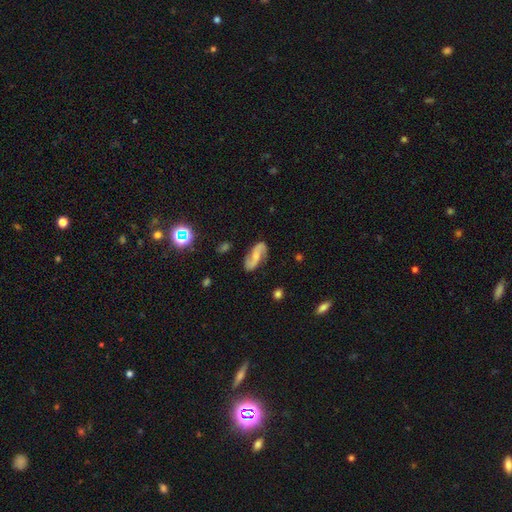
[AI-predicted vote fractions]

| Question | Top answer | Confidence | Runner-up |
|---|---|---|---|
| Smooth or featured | featured or disk | 76% | smooth (17%) |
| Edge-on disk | no | 95% | yes (5%) |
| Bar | no | 48% | weak (37%) |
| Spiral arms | yes | 95% | no (5%) |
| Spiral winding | loose | 60% | medium (29%) |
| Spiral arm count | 2 | 93% | can't tell (3%) |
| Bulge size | small | 45% | moderate (28%) |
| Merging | none | 80% | minor disturbance (14%) |